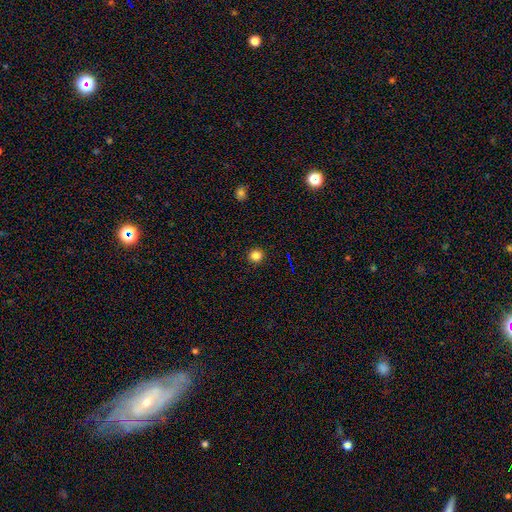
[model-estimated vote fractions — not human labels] This is clearly a smooth galaxy (83%). How rounded: clearly round (92%). Merging: clearly none (93%).